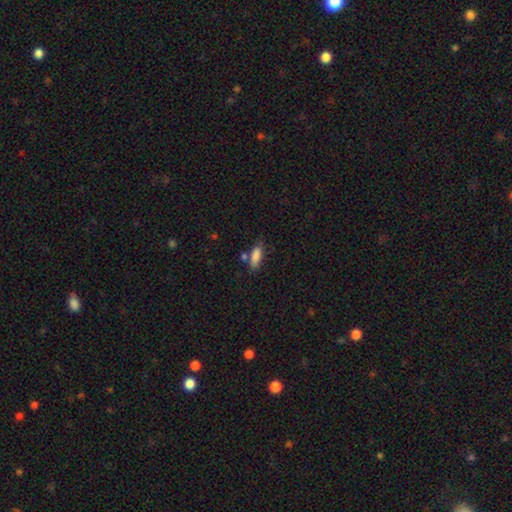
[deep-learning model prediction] A smooth galaxy with no disk features (84%) that is in between round and cigar-shaped (66%).

Vote fractions:
- Smooth or featured? smooth: 84% / featured or disk: 8% / star or artifact: 8%
- How rounded? in between: 66% / cigar-shaped: 31% / round: 2%
- Merging? none: 65% / minor disturbance: 19% / merger: 11% / major disturbance: 5%